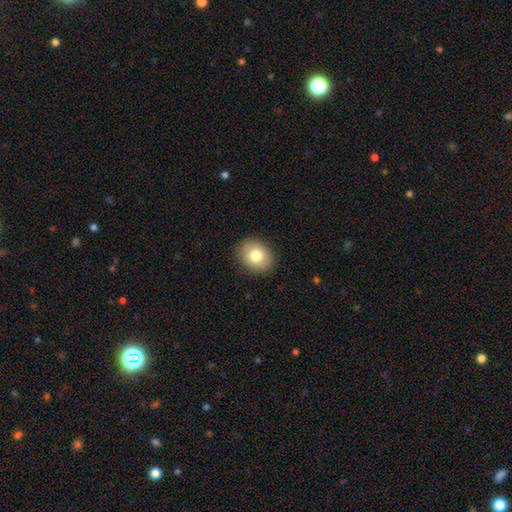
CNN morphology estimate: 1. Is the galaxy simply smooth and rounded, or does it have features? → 79% smooth, 13% featured or disk, 8% star or artifact.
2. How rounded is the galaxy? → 56% in between, 43% round, 1% cigar-shaped.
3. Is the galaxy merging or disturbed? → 89% none, 8% minor disturbance, 2% major disturbance, 1% merger.